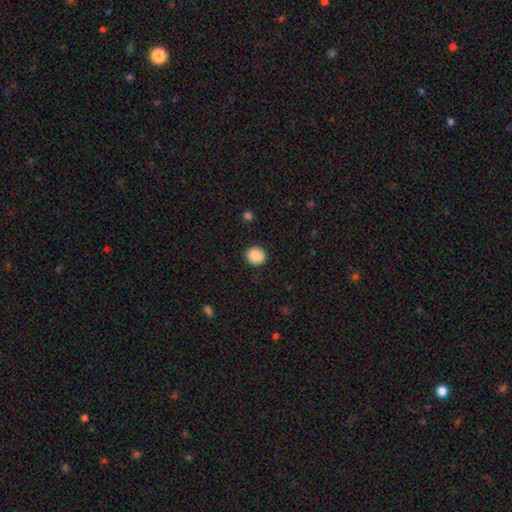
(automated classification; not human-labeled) A smooth galaxy with no disk features (86%) that is round (86%). Merging: none (89%).